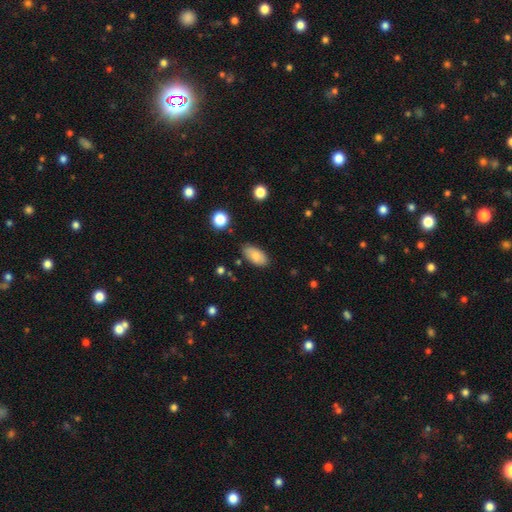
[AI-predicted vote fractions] A smooth galaxy with no disk features (82%) that is in between round and cigar-shaped (93%).

Vote fractions:
- Smooth or featured? smooth: 82% / featured or disk: 11% / star or artifact: 7%
- How rounded? in between: 93% / cigar-shaped: 4% / round: 3%
- Merging? none: 79% / minor disturbance: 16% / major disturbance: 3% / merger: 2%